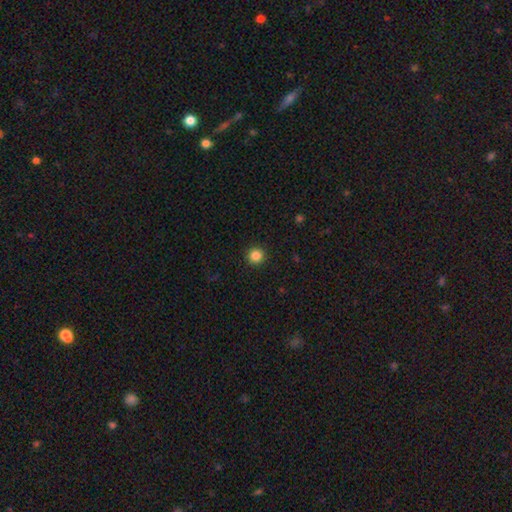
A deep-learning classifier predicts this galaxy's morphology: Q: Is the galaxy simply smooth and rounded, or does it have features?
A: smooth — 85%.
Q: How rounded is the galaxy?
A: round — 95%.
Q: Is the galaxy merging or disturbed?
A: none — 93%.